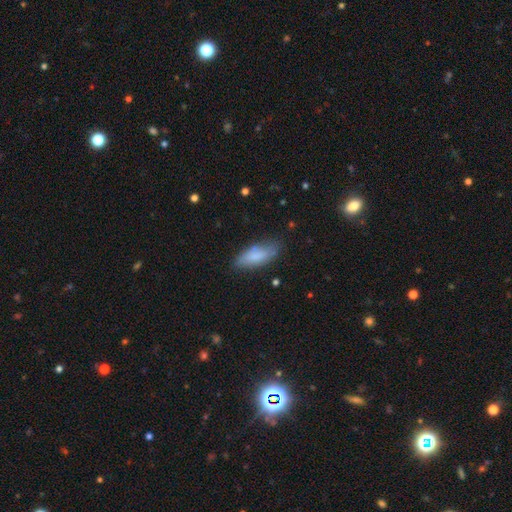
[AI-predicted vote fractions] Q: Smooth or featured?
A: smooth (77%); runner-up: featured or disk (17%)
Q: How rounded?
A: in between (64%); runner-up: cigar-shaped (34%)
Q: Merging?
A: none (72%); runner-up: minor disturbance (21%)